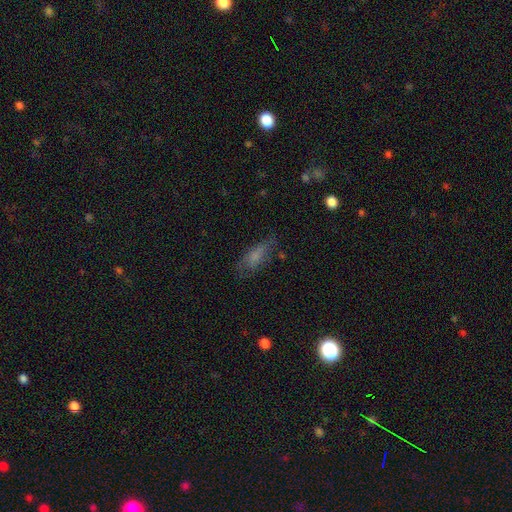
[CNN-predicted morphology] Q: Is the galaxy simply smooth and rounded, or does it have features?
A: smooth — 63%.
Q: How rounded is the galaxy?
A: in between — 63%.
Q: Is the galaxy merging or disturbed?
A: none — 58%.